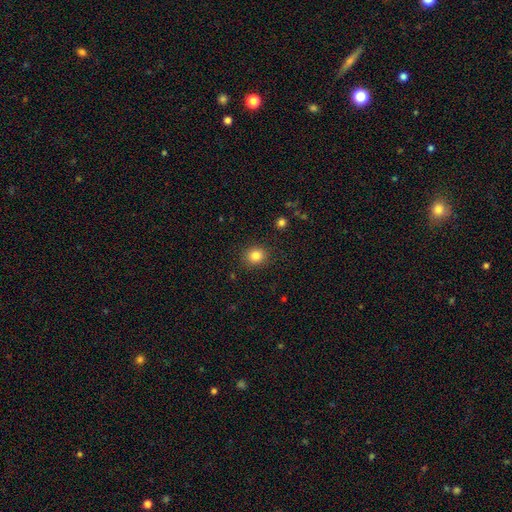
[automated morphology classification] This is clearly a smooth galaxy (84%). How rounded: clearly round (83%). Merging: clearly none (89%).